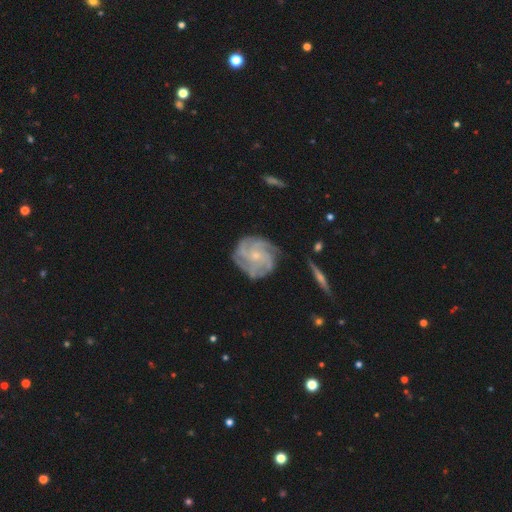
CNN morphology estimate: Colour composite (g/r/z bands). It shows a featured or disk galaxy (86%) with no bar (75%), 4 (38%) tight (64%) spiral arms (97%) and a small central bulge (78%). Merging: none (76%).